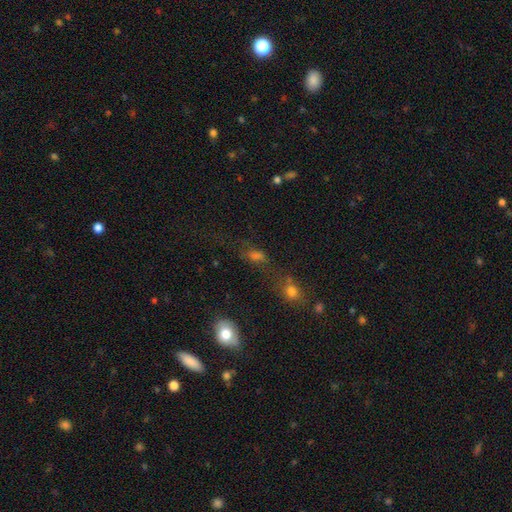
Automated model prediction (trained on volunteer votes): smooth-or-featured: smooth: 57% | star or artifact: 25% | featured or disk: 18%
  how-rounded: in between: 68% | round: 19% | cigar-shaped: 13%
  merging: none: 47% | major disturbance: 20% | minor disturbance: 18% | merger: 15%